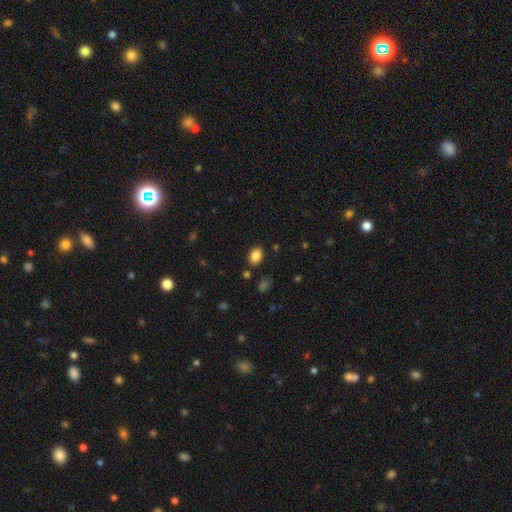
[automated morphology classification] smooth 86%, star or artifact 10%, featured or disk 4%. Down the decision tree: how rounded — in between (71%); merging — none (85%).